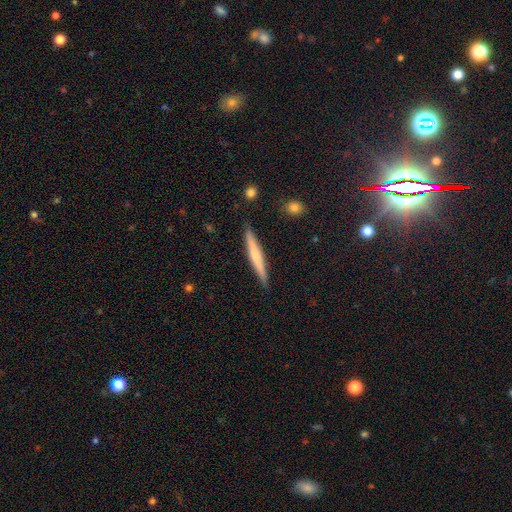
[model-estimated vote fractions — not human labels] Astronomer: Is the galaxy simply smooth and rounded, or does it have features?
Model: smooth — 49% (runner-up: featured or disk, 45%).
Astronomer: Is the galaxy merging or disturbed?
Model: none — 90%.